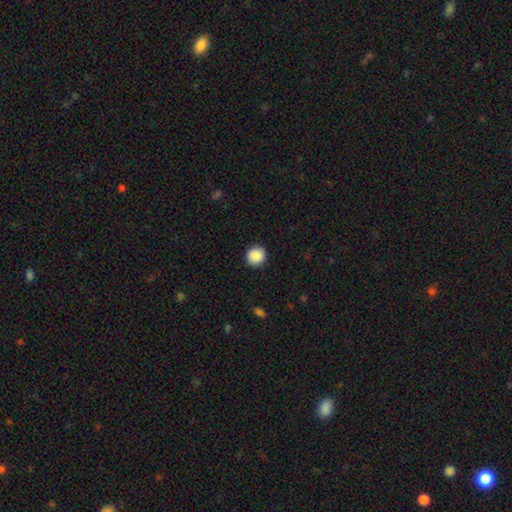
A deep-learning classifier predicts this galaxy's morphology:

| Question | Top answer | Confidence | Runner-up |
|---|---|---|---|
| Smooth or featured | smooth | 89% | star or artifact (8%) |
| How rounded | round | 90% | in between (9%) |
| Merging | none | 91% | minor disturbance (6%) |